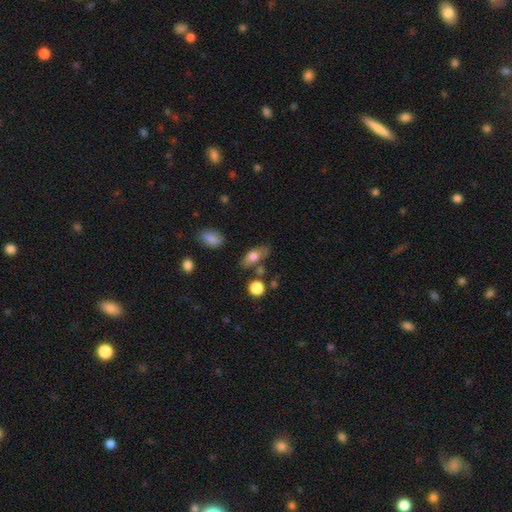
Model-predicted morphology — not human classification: smooth 48%, star or artifact 31%, featured or disk 21%. Down the decision tree: merging — none (65%).